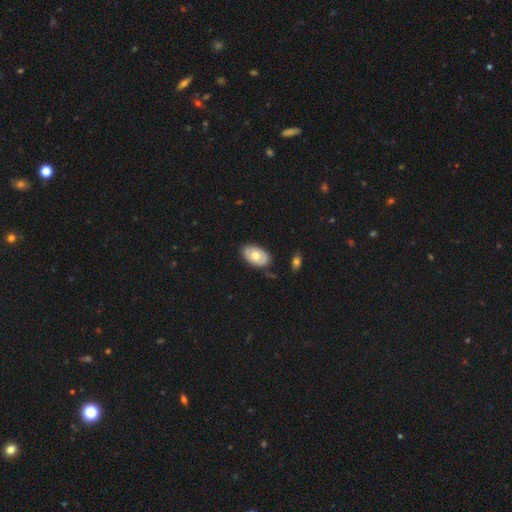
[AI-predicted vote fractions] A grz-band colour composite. It shows a smooth galaxy with no disk features (61%) that is in between round and cigar-shaped (91%). Merging: none (81%).